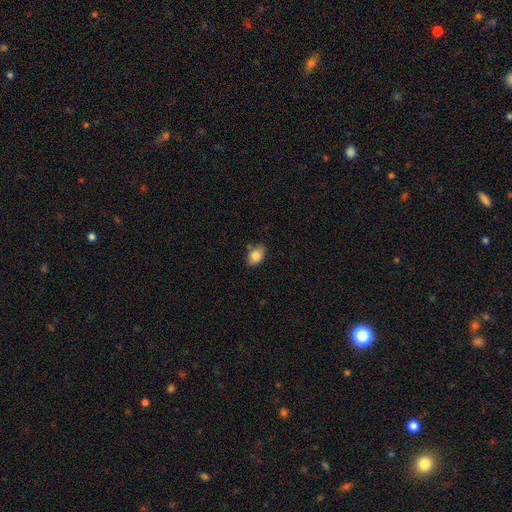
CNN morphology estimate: smooth_or_featured: smooth (p=0.85) [alt: star or artifact p=0.08]
how_rounded: in between (p=0.77) [alt: round p=0.21]
merging: none (p=0.71) [alt: minor disturbance p=0.21]